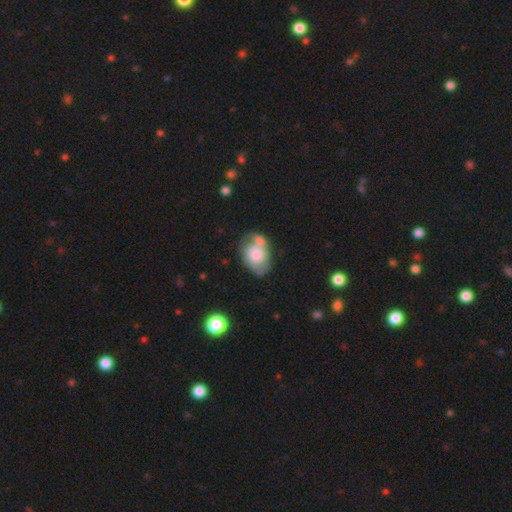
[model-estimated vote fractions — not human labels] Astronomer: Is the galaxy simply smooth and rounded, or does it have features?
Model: smooth — 59% (runner-up: featured or disk, 34%).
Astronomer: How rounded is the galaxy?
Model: in between — 74%.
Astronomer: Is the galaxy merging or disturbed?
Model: none — 36% (runner-up: merger, 29%).